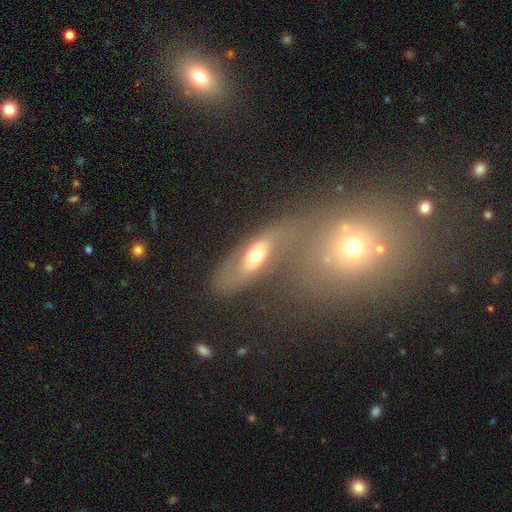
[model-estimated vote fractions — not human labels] Smooth or featured? Predicted: smooth (p=0.47). Merging? Predicted: none (p=0.56).